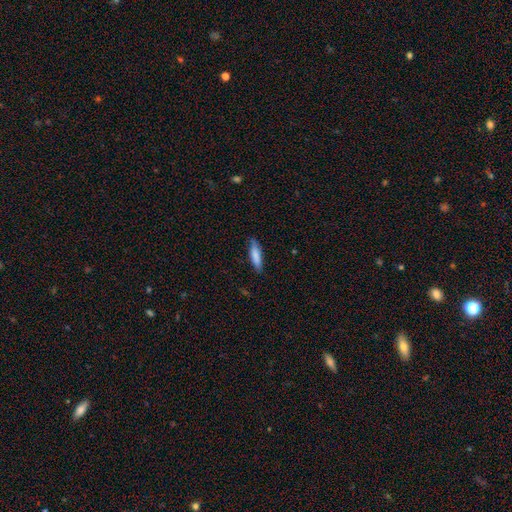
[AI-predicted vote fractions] Q: Smooth or featured?
A: smooth (81%); runner-up: featured or disk (14%)
Q: How rounded?
A: cigar-shaped (68%); runner-up: in between (30%)
Q: Merging?
A: none (79%); runner-up: minor disturbance (17%)